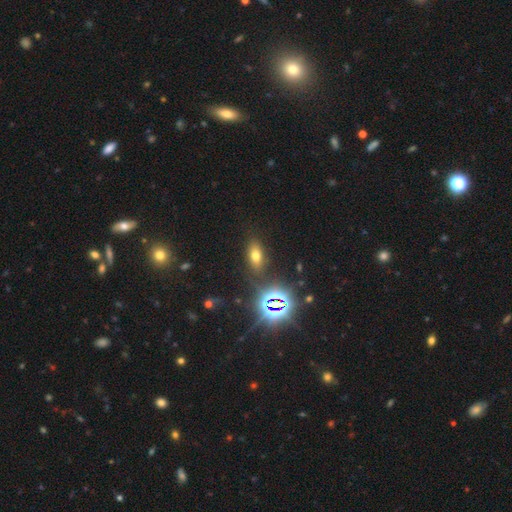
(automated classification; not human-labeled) A smooth galaxy with no disk features (59%) that is in between round and cigar-shaped (81%).

Vote fractions:
- Smooth or featured? smooth: 59% / star or artifact: 29% / featured or disk: 12%
- How rounded? in between: 81% / round: 10% / cigar-shaped: 9%
- Merging? none: 83% / minor disturbance: 10% / major disturbance: 4% / merger: 3%